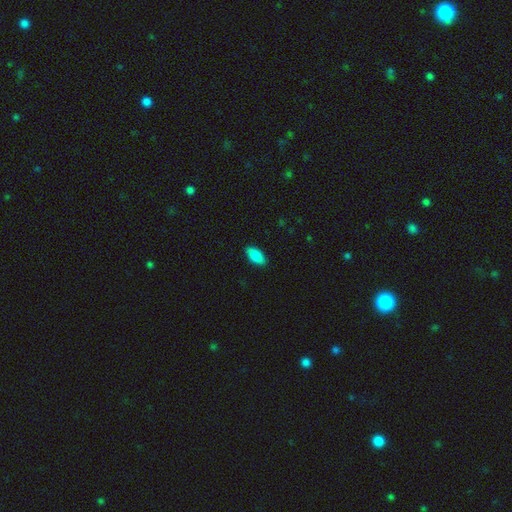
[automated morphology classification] The model was most divided on "smooth or featured": smooth: 87%, featured or disk: 7%, star or artifact: 6%. More confident: how rounded — in between (89%); merging — none (89%).